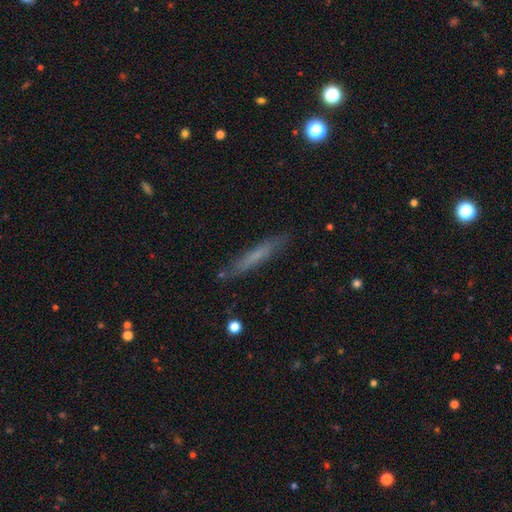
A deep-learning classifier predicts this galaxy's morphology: Smooth or featured? smooth (58%)
How rounded? cigar-shaped (93%)
Merging? none (84%)